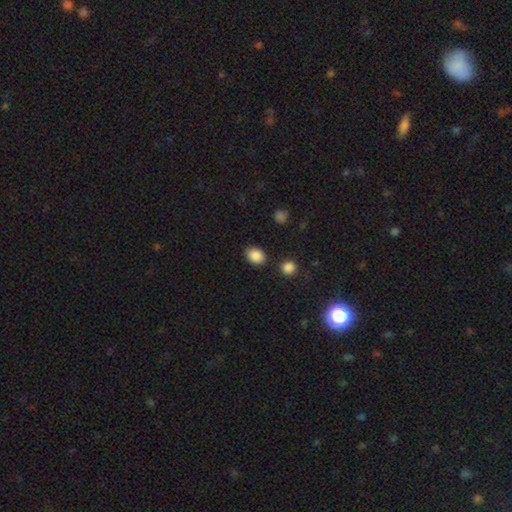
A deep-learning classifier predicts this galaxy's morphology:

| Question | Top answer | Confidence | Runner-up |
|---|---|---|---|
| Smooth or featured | smooth | 88% | star or artifact (9%) |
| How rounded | in between | 65% | round (34%) |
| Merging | none | 83% | minor disturbance (10%) |